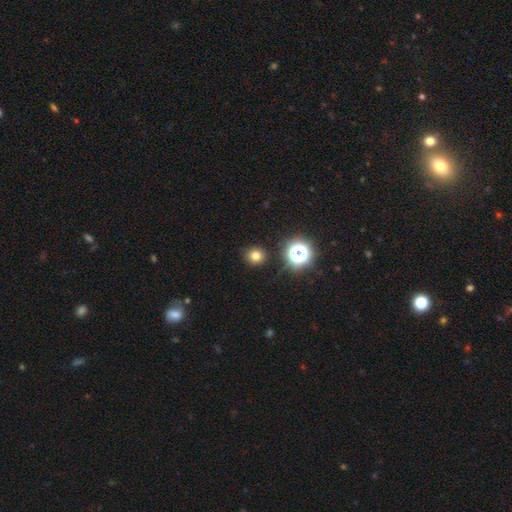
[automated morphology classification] Overall: smooth (76%). How rounded: round (89%). Merging: none (89%).